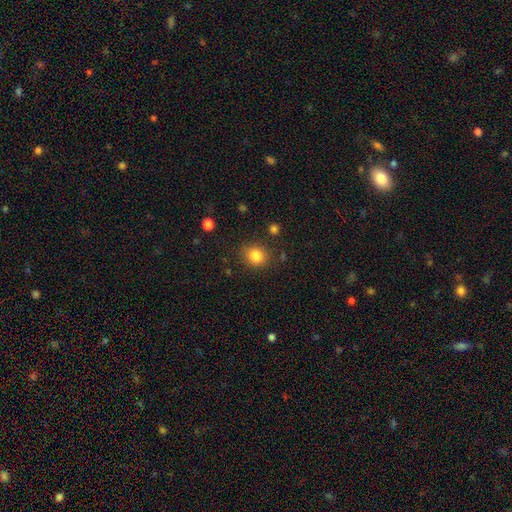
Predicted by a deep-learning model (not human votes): Smooth or featured?
  - smooth: 84% *
  - star or artifact: 11%
  - featured or disk: 5%
How rounded?
  - round: 73% *
  - in between: 27%
  - cigar-shaped: 1%
Merging?
  - none: 84% *
  - minor disturbance: 10%
  - major disturbance: 3%
  - merger: 3%